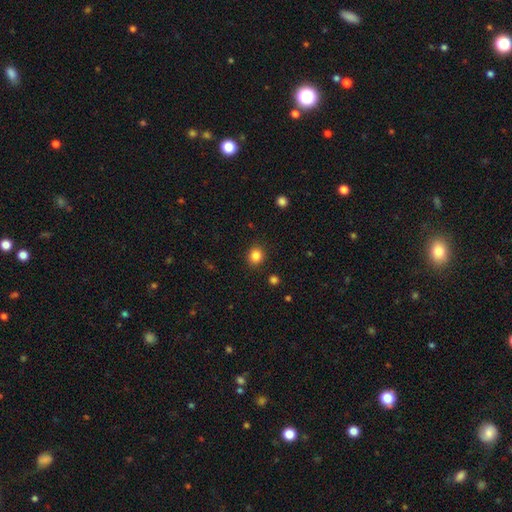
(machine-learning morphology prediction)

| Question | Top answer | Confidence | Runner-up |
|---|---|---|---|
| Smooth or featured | smooth | 85% | star or artifact (11%) |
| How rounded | round | 80% | in between (19%) |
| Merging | none | 89% | minor disturbance (7%) |